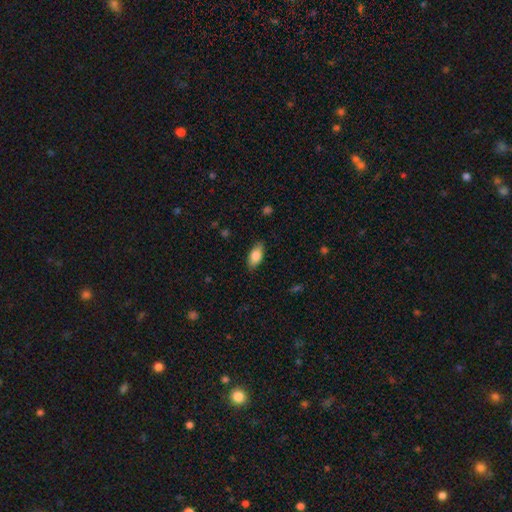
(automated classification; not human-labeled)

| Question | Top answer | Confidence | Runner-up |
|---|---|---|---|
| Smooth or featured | smooth | 80% | featured or disk (13%) |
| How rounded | in between | 87% | cigar-shaped (10%) |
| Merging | none | 85% | minor disturbance (12%) |